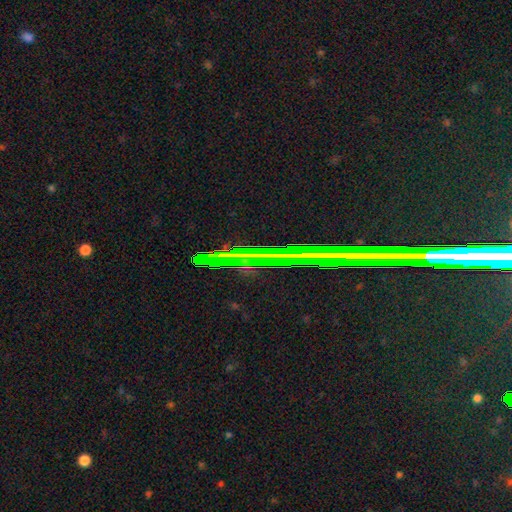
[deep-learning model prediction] Overall: star or artifact (70%).